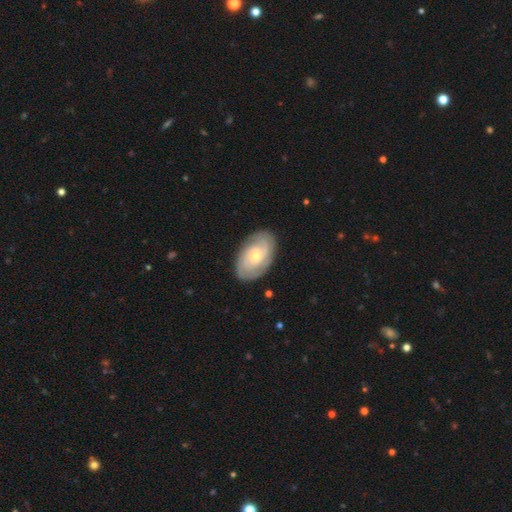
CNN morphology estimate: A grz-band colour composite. It shows a featured or disk galaxy (75%) with no bar (73%), 2 (43%) tight (68%) spiral arms (91%) and a small central bulge (61%). Merging: none (84%).